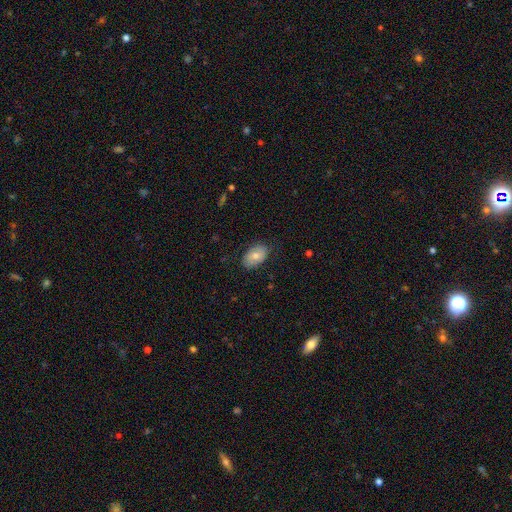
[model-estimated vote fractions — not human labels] smooth_or_featured: smooth (p=0.73) [alt: featured or disk p=0.19]
how_rounded: in between (p=0.90) [alt: round p=0.08]
merging: none (p=0.80) [alt: minor disturbance p=0.16]